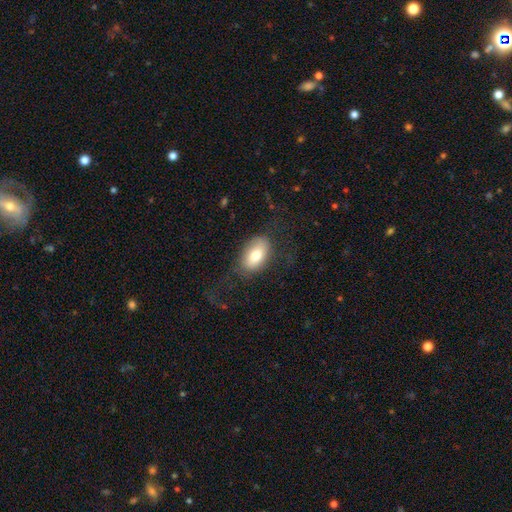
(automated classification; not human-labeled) This appears to be a smooth galaxy with no disk features (74%) that is in between round and cigar-shaped (92%). Merging: none (66%).